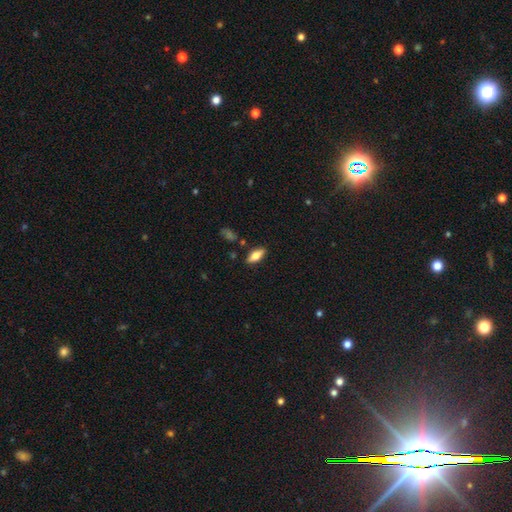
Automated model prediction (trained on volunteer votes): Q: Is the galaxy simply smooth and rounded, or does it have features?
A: smooth — 65%.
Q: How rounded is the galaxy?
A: in between — 76%.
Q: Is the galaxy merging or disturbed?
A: none — 86%.